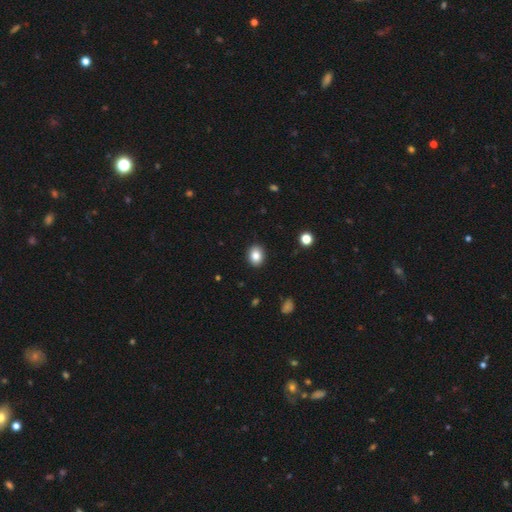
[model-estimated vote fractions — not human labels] smooth 85%, star or artifact 9%, featured or disk 6%. Down the decision tree: how rounded — in between (55%); merging — none (90%).